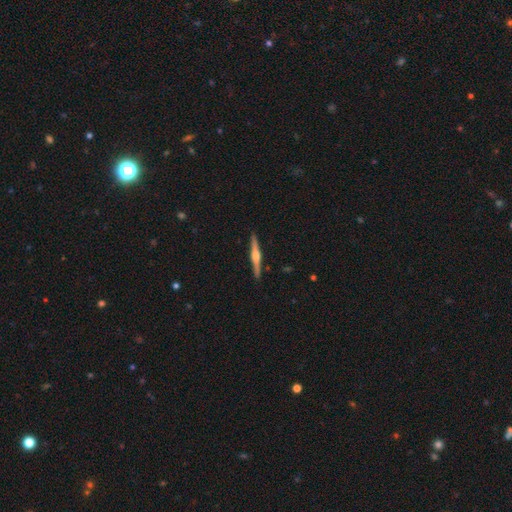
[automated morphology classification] smooth_or_featured: featured or disk (p=0.72) [alt: smooth p=0.23]
disk_edge_on: yes (p=0.98) [alt: no p=0.02]
edge_on_bulge: rounded (p=0.88) [alt: boxy p=0.08]
merging: none (p=0.91) [alt: minor disturbance p=0.06]